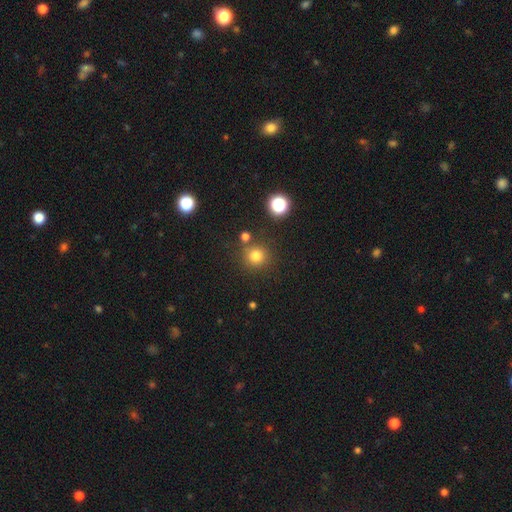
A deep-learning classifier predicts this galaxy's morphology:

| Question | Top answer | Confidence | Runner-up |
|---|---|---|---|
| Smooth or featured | smooth | 78% | star or artifact (16%) |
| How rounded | round | 92% | in between (7%) |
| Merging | none | 79% | merger (9%) |